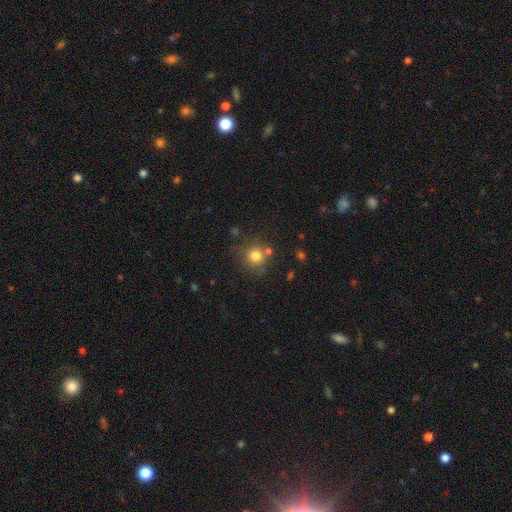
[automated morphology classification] smooth_or_featured: smooth (p=0.79) [alt: star or artifact p=0.13]
how_rounded: round (p=0.90) [alt: in between p=0.09]
merging: none (p=0.69) [alt: minor disturbance p=0.13]